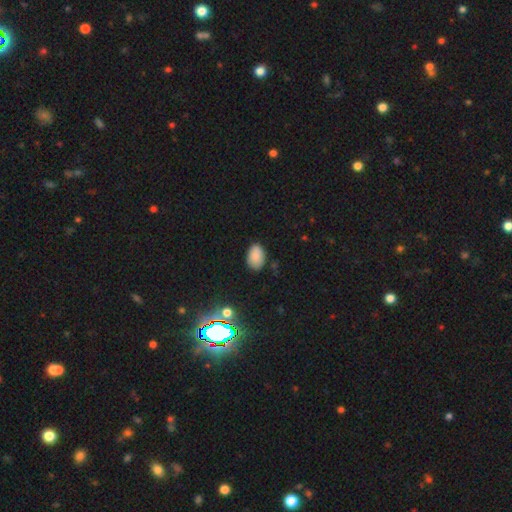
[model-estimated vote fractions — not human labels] A smooth galaxy with no disk features (83%) that is in between round and cigar-shaped (89%). Merging: none (79%).